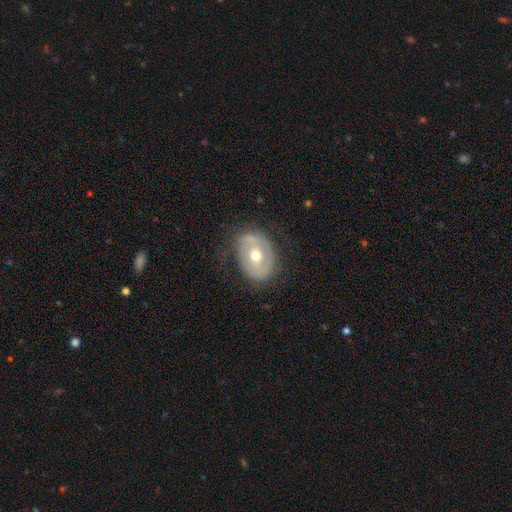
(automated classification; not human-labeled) The model was most divided on "spiral arms": no: 59%, yes: 41%. More confident: edge-on disk — no (93%); bulge size — moderate (71%); merging — none (69%); smooth or featured — featured or disk (58%); bar — no (55%).